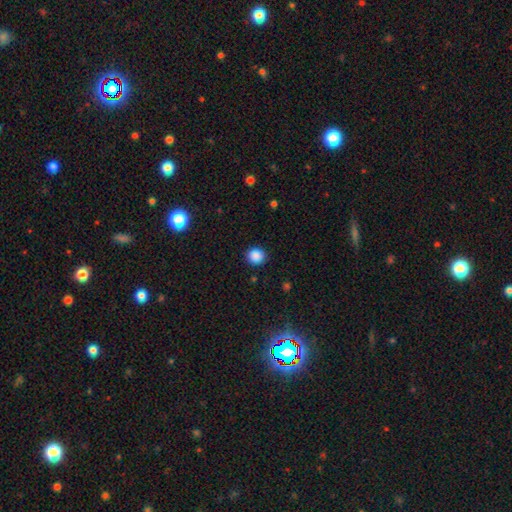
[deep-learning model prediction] Q: Smooth or featured?
A: smooth (87%); runner-up: star or artifact (10%)
Q: How rounded?
A: round (87%); runner-up: in between (13%)
Q: Merging?
A: none (90%); runner-up: minor disturbance (7%)